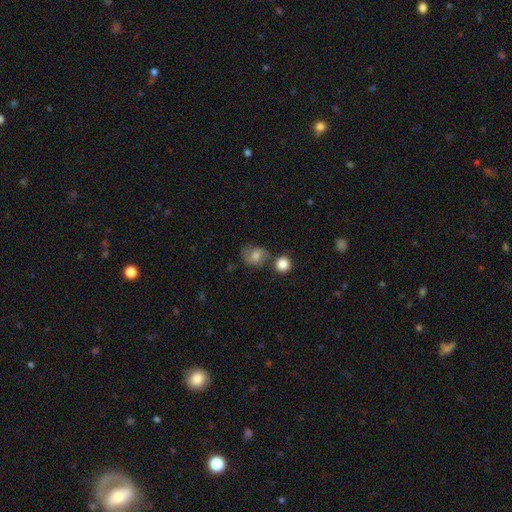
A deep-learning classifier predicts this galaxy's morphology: Smooth or featured? Predicted: smooth (p=0.50). How rounded? Predicted: round (p=0.69). Merging? Predicted: none (p=0.60).